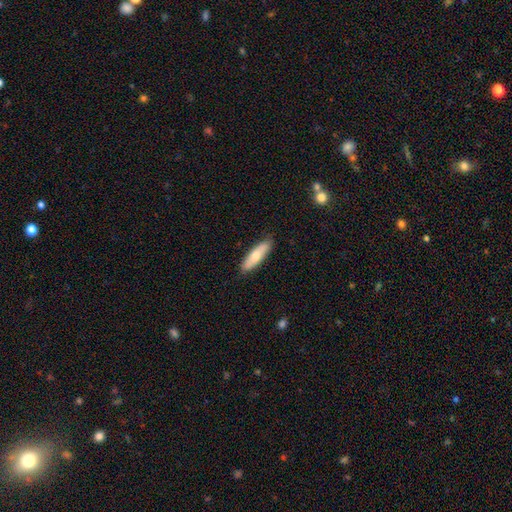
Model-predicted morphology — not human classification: Smooth or featured: smooth — 65% (featured or disk — 29%)
How rounded: cigar-shaped — 61% (in between — 37%)
Merging: none — 86% (minor disturbance — 11%)